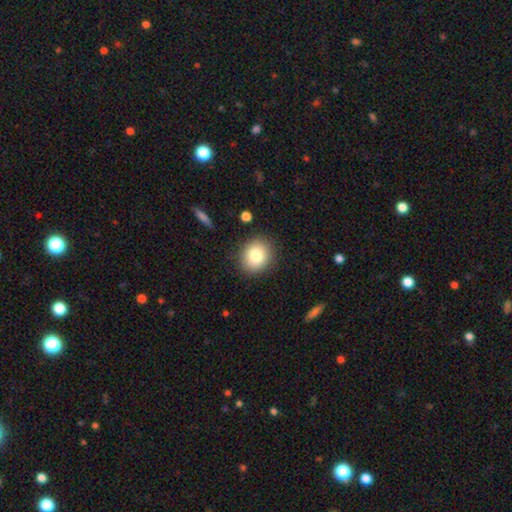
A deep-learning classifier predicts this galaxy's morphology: Smooth or featured?
  - smooth: 80% *
  - featured or disk: 10%
  - star or artifact: 10%
How rounded?
  - round: 78% *
  - in between: 21%
  - cigar-shaped: 1%
Merging?
  - none: 88% *
  - minor disturbance: 8%
  - major disturbance: 3%
  - merger: 2%